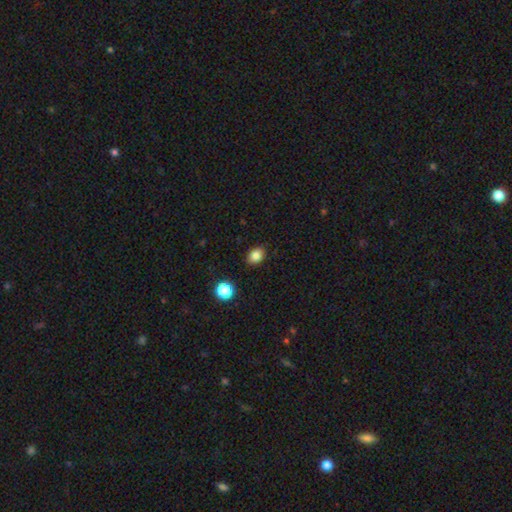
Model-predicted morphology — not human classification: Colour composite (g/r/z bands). It shows a smooth galaxy with no disk features (84%) that is in between round and cigar-shaped (61%). Merging: none (88%).